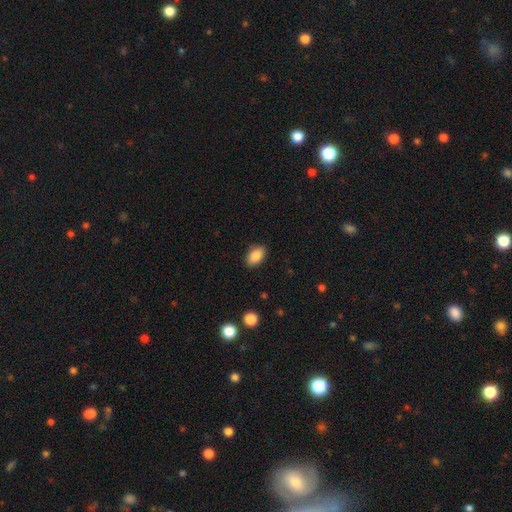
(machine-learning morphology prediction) This is clearly a smooth galaxy (88%). How rounded: clearly in between (90%). Merging: clearly none (86%).